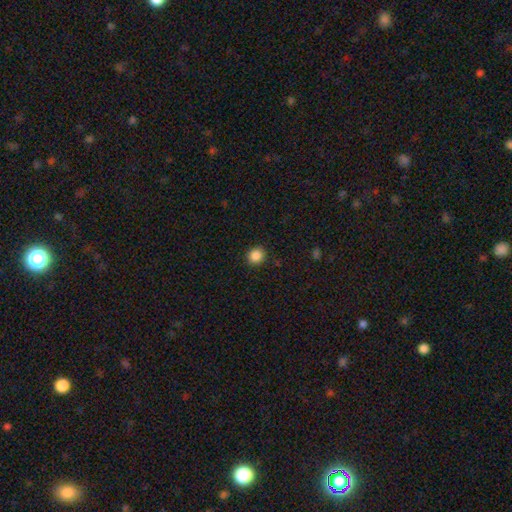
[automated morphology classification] Overall: smooth (87%). How rounded: round (86%). Merging: none (90%).